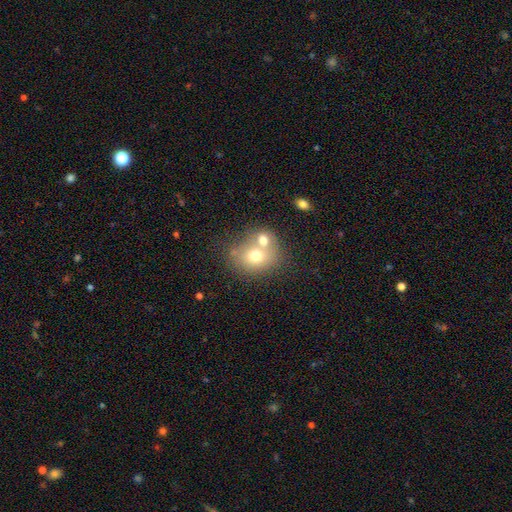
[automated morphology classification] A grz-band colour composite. It shows a smooth galaxy with no disk features (66%) that is round (63%). Merging: merger (52%).